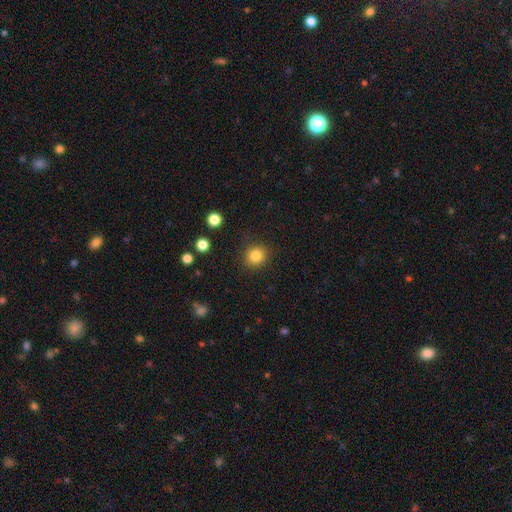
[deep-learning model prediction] This is clearly a smooth galaxy (84%). How rounded: clearly round (88%). Merging: clearly none (89%).